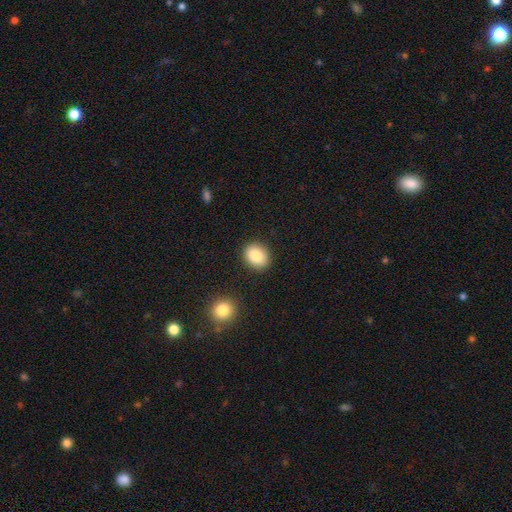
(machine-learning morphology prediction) Smooth or featured: smooth — 85% (star or artifact — 8%)
How rounded: round — 54% (in between — 45%)
Merging: none — 87% (minor disturbance — 8%)